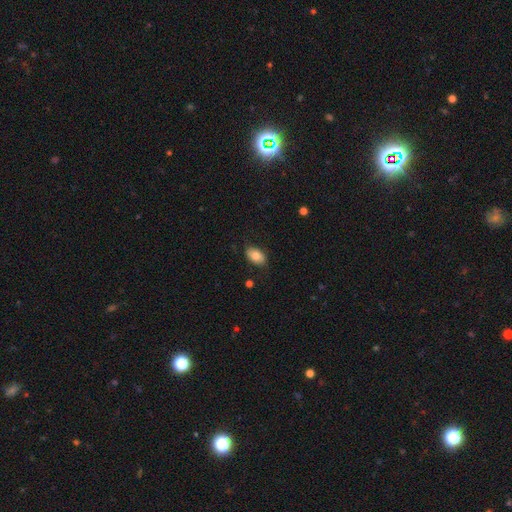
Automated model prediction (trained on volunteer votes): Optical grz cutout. It shows a smooth galaxy with no disk features (80%) that is in between round and cigar-shaped (91%). Merging: none (81%).